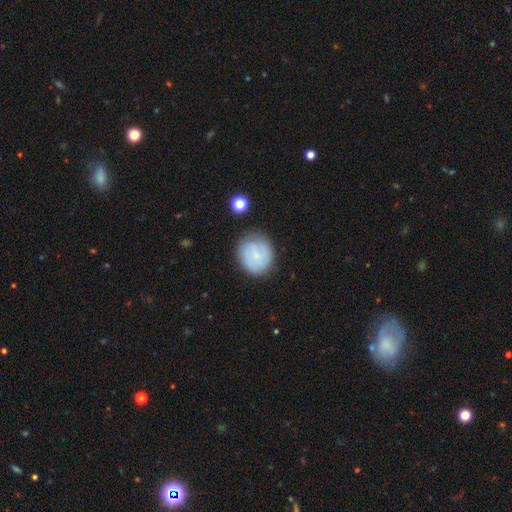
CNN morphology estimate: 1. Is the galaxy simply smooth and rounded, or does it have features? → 53% smooth, 39% featured or disk, 8% star or artifact.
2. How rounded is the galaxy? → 74% round, 25% in between, 1% cigar-shaped.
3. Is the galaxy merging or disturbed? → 76% none, 17% minor disturbance, 5% major disturbance, 2% merger.